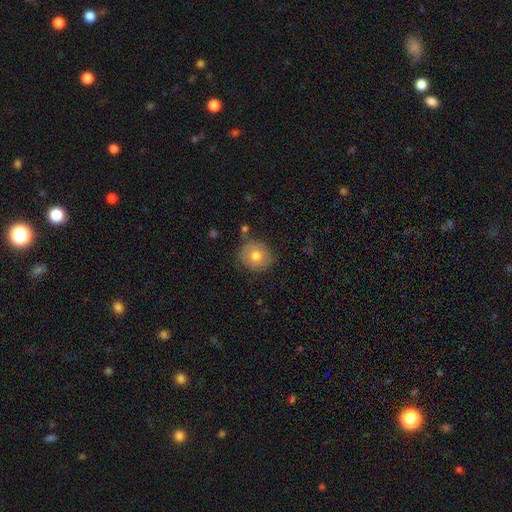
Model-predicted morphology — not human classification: type=smooth (74%); roundness=round (90%); merging=none (79%).